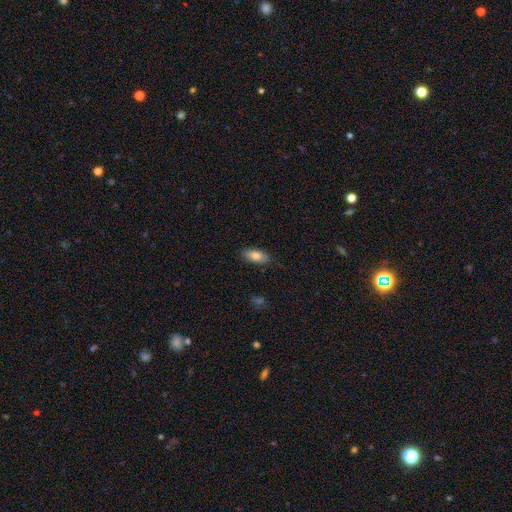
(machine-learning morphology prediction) This appears to be a smooth galaxy with no disk features (81%) that is in between round and cigar-shaped (88%). Merging: none (84%).